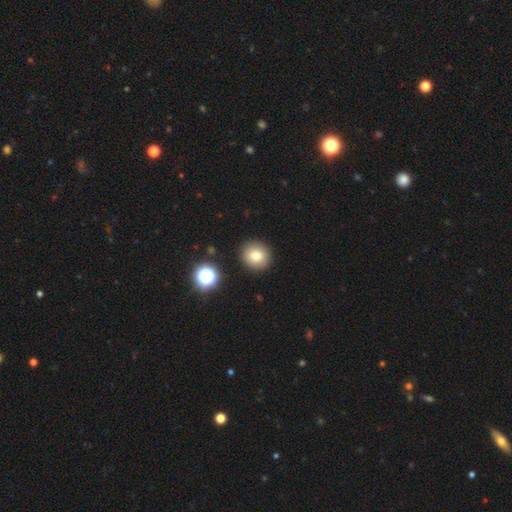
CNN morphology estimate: smooth_or_featured: smooth (p=0.81) [alt: star or artifact p=0.12]
how_rounded: round (p=0.89) [alt: in between p=0.10]
merging: none (p=0.90) [alt: minor disturbance p=0.06]